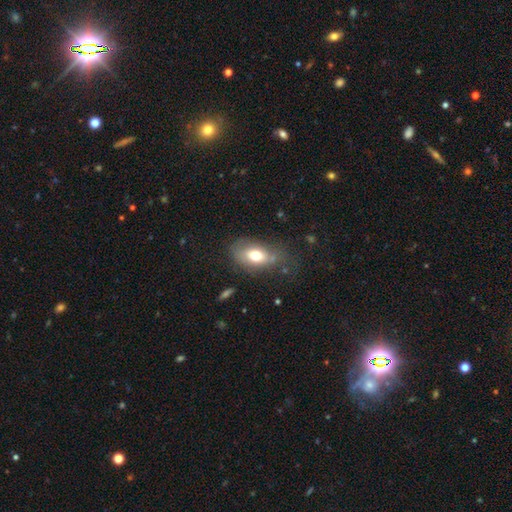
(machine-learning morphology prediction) A smooth galaxy with no disk features (69%) that is in between round and cigar-shaped (86%).

Vote fractions:
- Smooth or featured? smooth: 69% / featured or disk: 22% / star or artifact: 9%
- How rounded? in between: 86% / round: 11% / cigar-shaped: 3%
- Merging? none: 53% / minor disturbance: 27% / major disturbance: 16% / merger: 4%